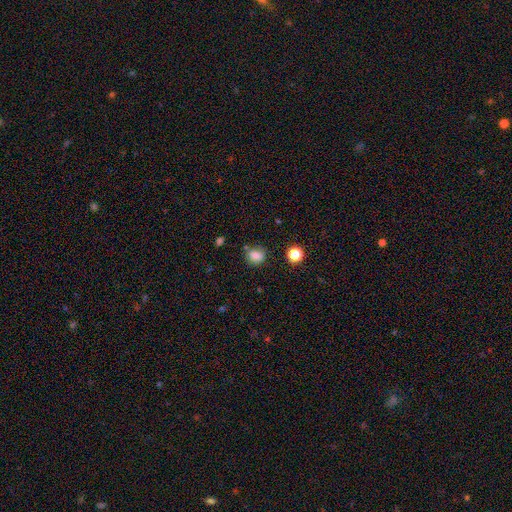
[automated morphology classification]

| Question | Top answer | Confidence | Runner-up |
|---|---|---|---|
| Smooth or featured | smooth | 82% | star or artifact (12%) |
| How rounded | round | 61% | in between (38%) |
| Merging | none | 72% | minor disturbance (16%) |